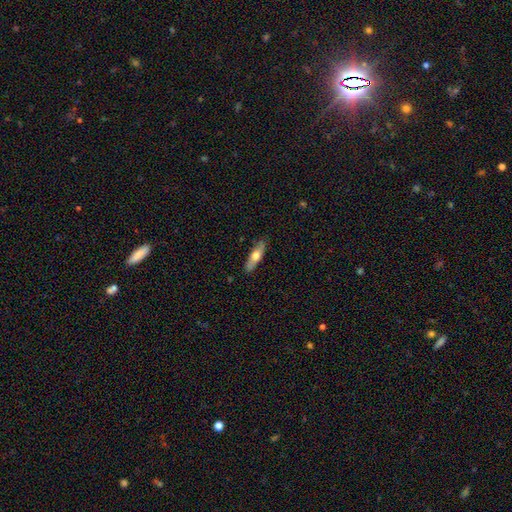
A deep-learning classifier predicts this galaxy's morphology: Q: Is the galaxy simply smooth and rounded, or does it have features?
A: smooth — 59%.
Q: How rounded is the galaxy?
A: cigar-shaped — 54%.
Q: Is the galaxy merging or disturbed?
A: none — 84%.